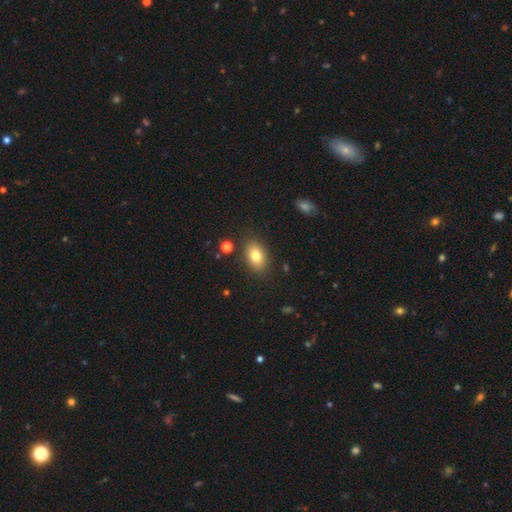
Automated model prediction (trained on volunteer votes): This appears to be a smooth galaxy with no disk features (81%) that is in between round and cigar-shaped (85%). Merging: none (85%).